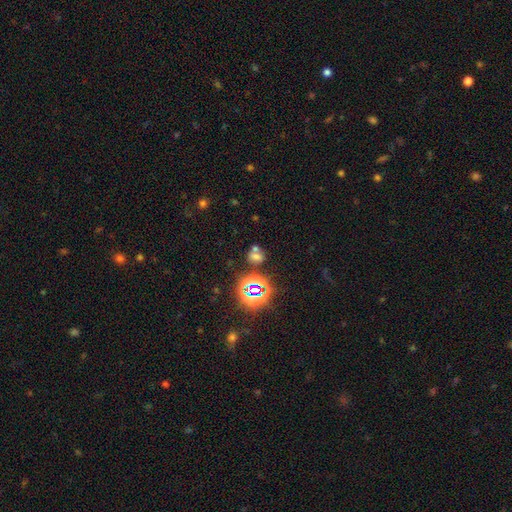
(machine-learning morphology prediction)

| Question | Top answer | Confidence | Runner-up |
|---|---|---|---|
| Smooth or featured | smooth | 48% | star or artifact (40%) |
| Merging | none | 47% | merger (37%) |